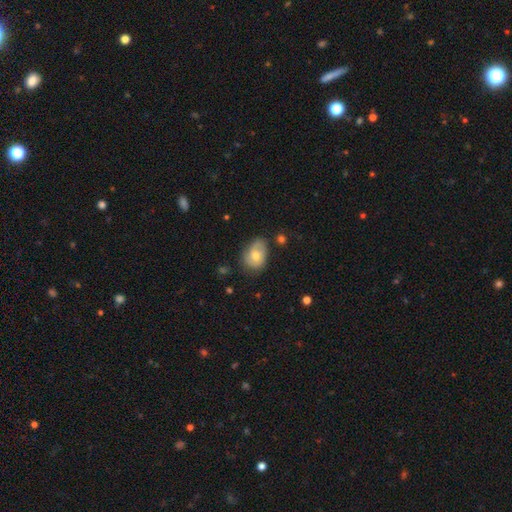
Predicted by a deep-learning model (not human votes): smooth_or_featured: smooth (p=0.63) [alt: featured or disk p=0.30]
how_rounded: in between (p=0.72) [alt: round p=0.26]
merging: none (p=0.55) [alt: minor disturbance p=0.33]